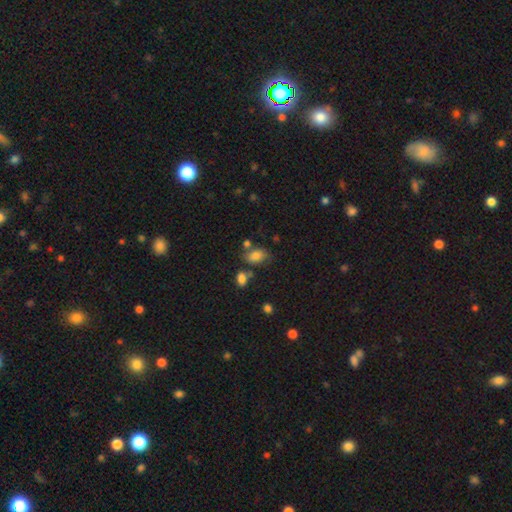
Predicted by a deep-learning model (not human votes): smooth-or-featured: smooth: 79% | featured or disk: 11% | star or artifact: 10%
  how-rounded: in between: 86% | round: 12% | cigar-shaped: 2%
  merging: none: 57% | minor disturbance: 21% | merger: 15% | major disturbance: 7%